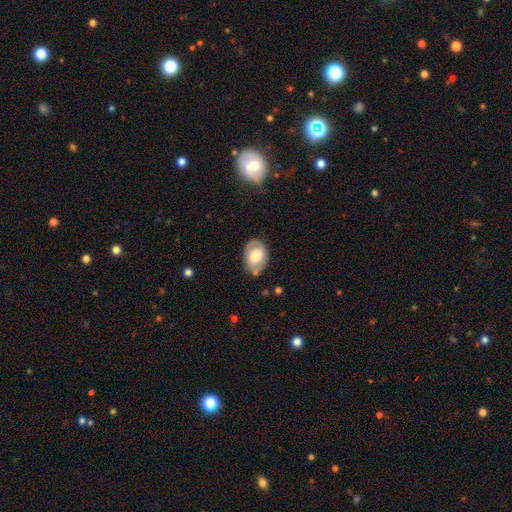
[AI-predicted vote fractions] A smooth galaxy with no disk features (64%) that is in between round and cigar-shaped (84%).

Vote fractions:
- Smooth or featured? smooth: 64% / featured or disk: 29% / star or artifact: 7%
- How rounded? in between: 84% / round: 15% / cigar-shaped: 1%
- Merging? none: 71% / minor disturbance: 20% / major disturbance: 5% / merger: 3%